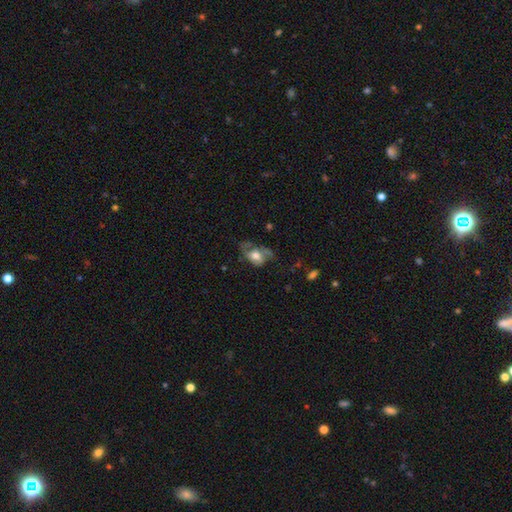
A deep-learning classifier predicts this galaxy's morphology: The model was most divided on "merging": major disturbance: 36%, none: 35%, minor disturbance: 26%, merger: 3%. Remaining: smooth or featured — featured or disk (50%).